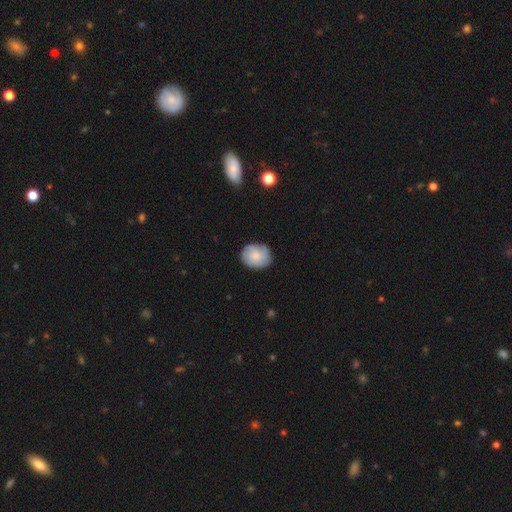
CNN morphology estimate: smooth_or_featured: smooth (p=0.72) [alt: featured or disk p=0.22]
how_rounded: round (p=0.58) [alt: in between p=0.41]
merging: none (p=0.81) [alt: minor disturbance p=0.15]